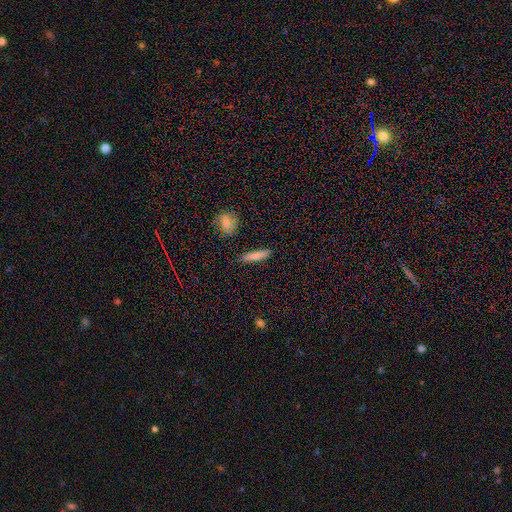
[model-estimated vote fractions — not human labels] Morphology: type=smooth (79%); roundness=cigar-shaped (85%); merging=none (87%).